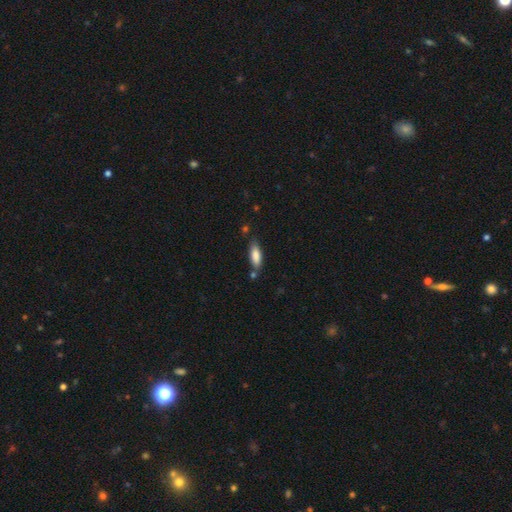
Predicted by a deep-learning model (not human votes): smooth-or-featured: smooth: 82% | featured or disk: 11% | star or artifact: 7%
  how-rounded: in between: 59% | cigar-shaped: 39% | round: 2%
  merging: none: 68% | minor disturbance: 19% | merger: 9% | major disturbance: 4%